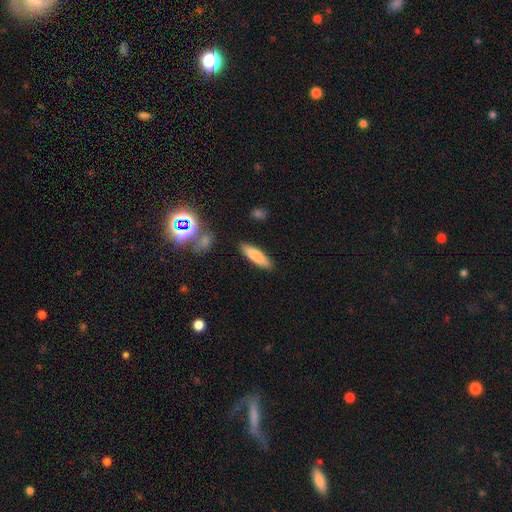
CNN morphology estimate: This appears to be a smooth galaxy with no disk features (79%) that is cigar-shaped (62%). Merging: none (88%).